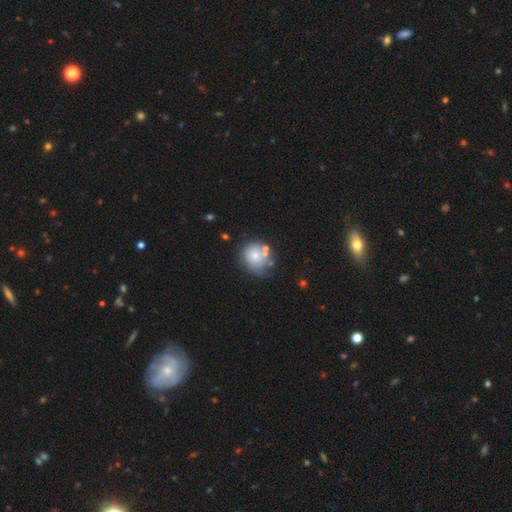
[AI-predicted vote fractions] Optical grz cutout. It shows a smooth galaxy with no disk features (67%) that is round (81%). Merging: none (49%).